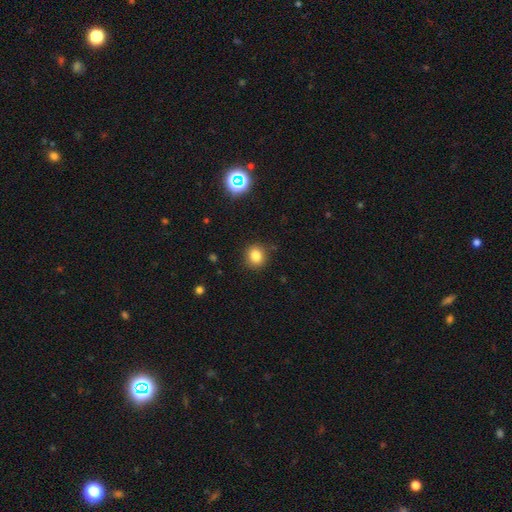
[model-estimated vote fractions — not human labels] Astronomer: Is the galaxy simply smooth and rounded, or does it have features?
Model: smooth — 82%.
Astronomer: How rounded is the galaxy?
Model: round — 80%.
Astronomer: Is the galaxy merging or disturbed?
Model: none — 87%.